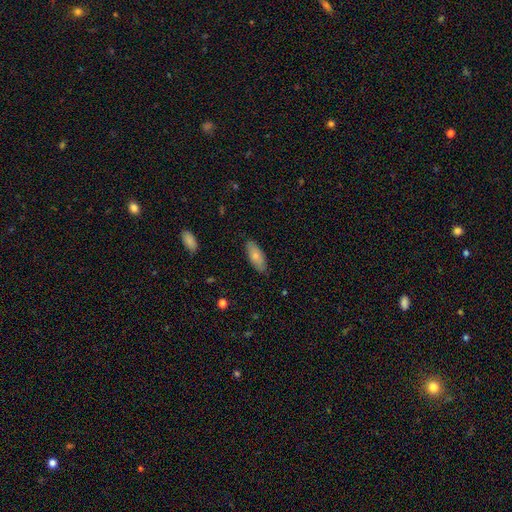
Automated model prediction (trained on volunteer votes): smooth-or-featured: smooth: 77% | featured or disk: 17% | star or artifact: 6%
  how-rounded: in between: 77% | cigar-shaped: 21% | round: 2%
  merging: none: 85% | minor disturbance: 11% | major disturbance: 2% | merger: 1%